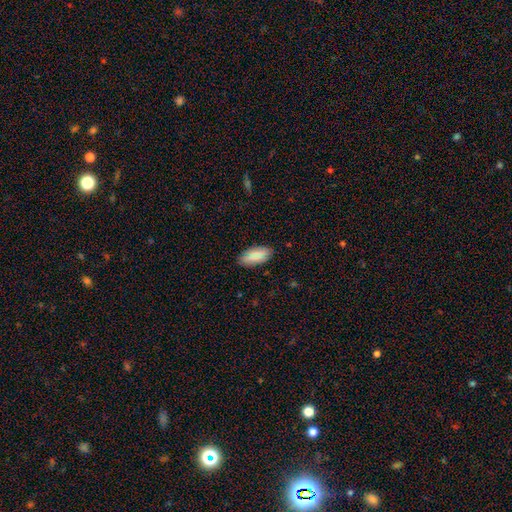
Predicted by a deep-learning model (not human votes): smooth-or-featured: smooth: 80% | star or artifact: 10% | featured or disk: 10%
  how-rounded: in between: 89% | cigar-shaped: 9% | round: 2%
  merging: none: 85% | minor disturbance: 12% | major disturbance: 2% | merger: 1%